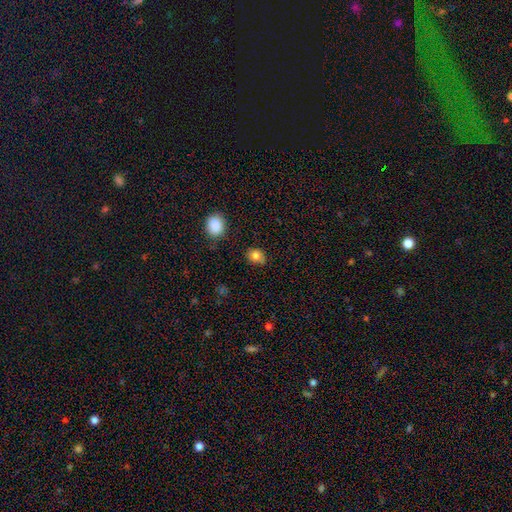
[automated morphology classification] smooth_or_featured: smooth (p=0.83) [alt: star or artifact p=0.10]
how_rounded: round (p=0.56) [alt: in between p=0.43]
merging: none (p=0.71) [alt: minor disturbance p=0.22]